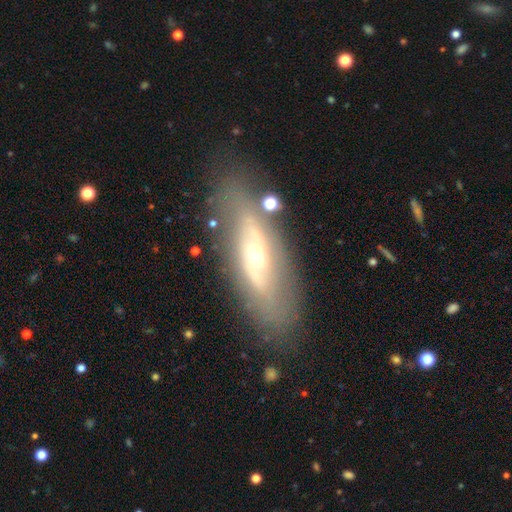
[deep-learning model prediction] This is likely a featured or disk galaxy (65%). It is likely not viewed edge-on (72%). Merging: likely none (79%).